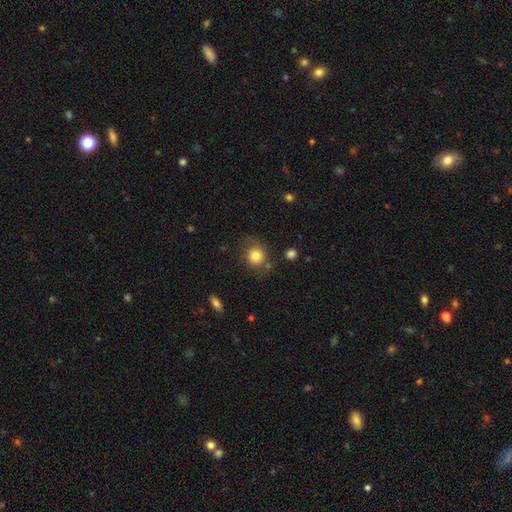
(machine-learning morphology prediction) Smooth or featured? smooth (82%)
How rounded? round (82%)
Merging? none (73%)